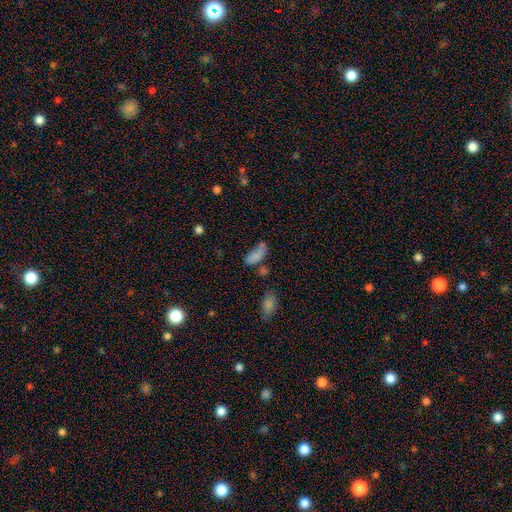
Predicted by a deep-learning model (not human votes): Smooth or featured? smooth (75%)
How rounded? in between (81%)
Merging? none (39%)